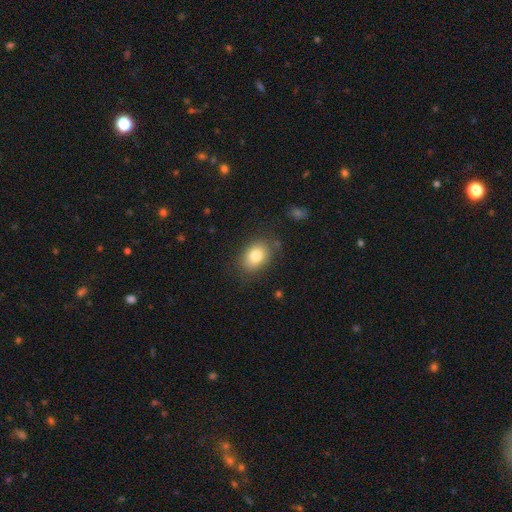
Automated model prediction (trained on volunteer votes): smooth 81%, featured or disk 10%, star or artifact 9%. Down the decision tree: how rounded — in between (72%); merging — none (81%).